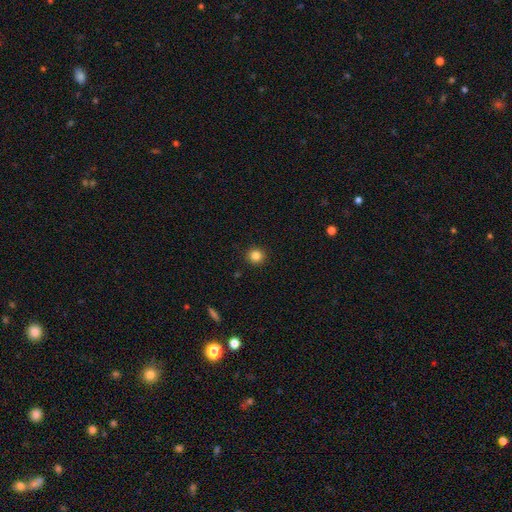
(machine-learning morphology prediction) Smooth or featured?
  - smooth: 84% *
  - star or artifact: 11%
  - featured or disk: 4%
How rounded?
  - round: 93% *
  - in between: 6%
  - cigar-shaped: 1%
Merging?
  - none: 92% *
  - minor disturbance: 5%
  - major disturbance: 2%
  - merger: 1%